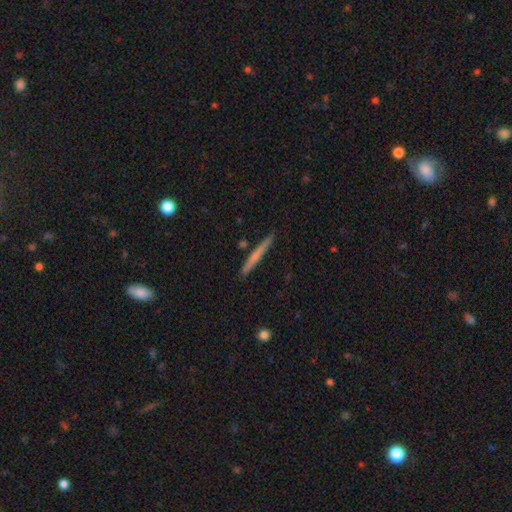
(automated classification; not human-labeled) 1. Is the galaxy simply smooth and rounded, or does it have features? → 59% smooth, 36% featured or disk, 6% star or artifact.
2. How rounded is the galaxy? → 97% cigar-shaped, 2% in between, 1% round.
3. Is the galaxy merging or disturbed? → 90% none, 7% minor disturbance, 2% merger, 1% major disturbance.